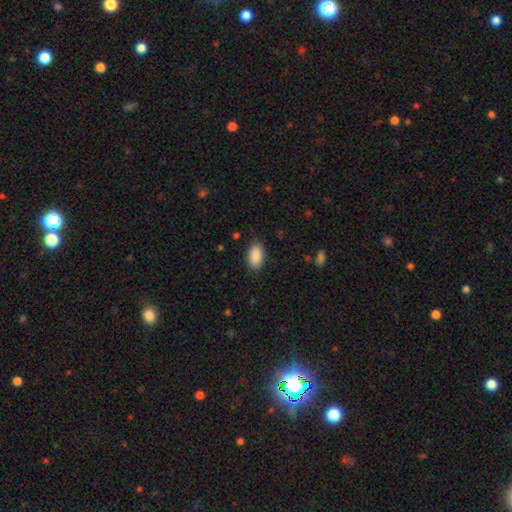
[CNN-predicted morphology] This appears to be a smooth galaxy with no disk features (90%) that is in between round and cigar-shaped (94%). Merging: none (87%).